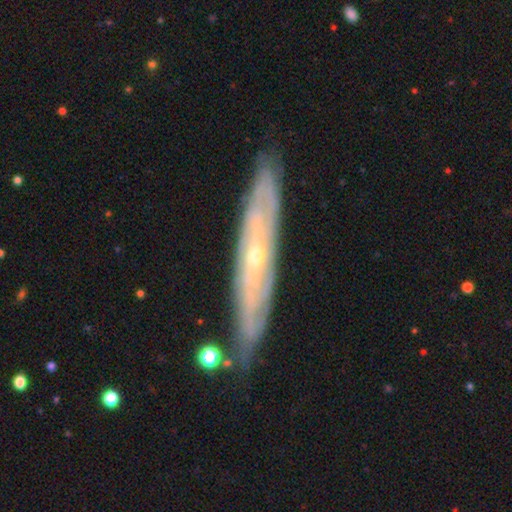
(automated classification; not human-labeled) Q: Smooth or featured?
A: featured or disk (79%); runner-up: smooth (15%)
Q: Edge-on disk?
A: yes (51%); runner-up: no (49%)
Q: Merging?
A: none (85%); runner-up: minor disturbance (11%)